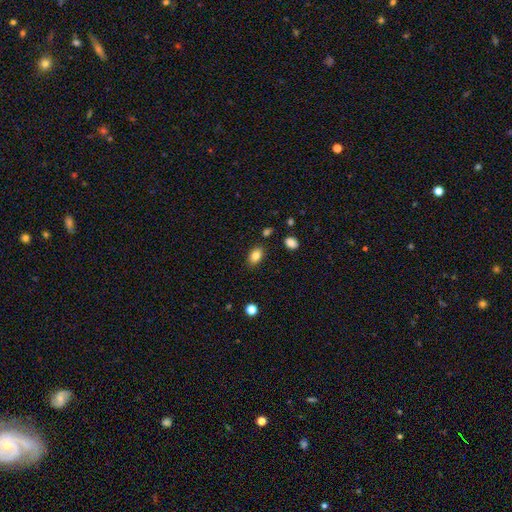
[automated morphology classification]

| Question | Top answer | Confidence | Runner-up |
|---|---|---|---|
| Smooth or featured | smooth | 84% | star or artifact (9%) |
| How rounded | in between | 83% | round (16%) |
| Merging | none | 84% | minor disturbance (10%) |